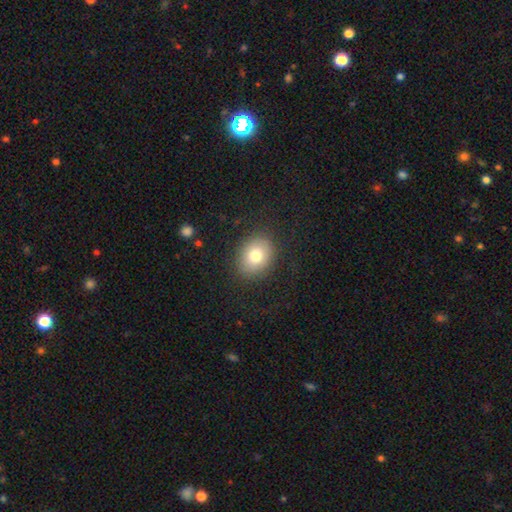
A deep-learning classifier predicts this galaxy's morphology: Smooth or featured? Predicted: smooth (p=0.78). How rounded? Predicted: round (p=0.54). Merging? Predicted: none (p=0.86).